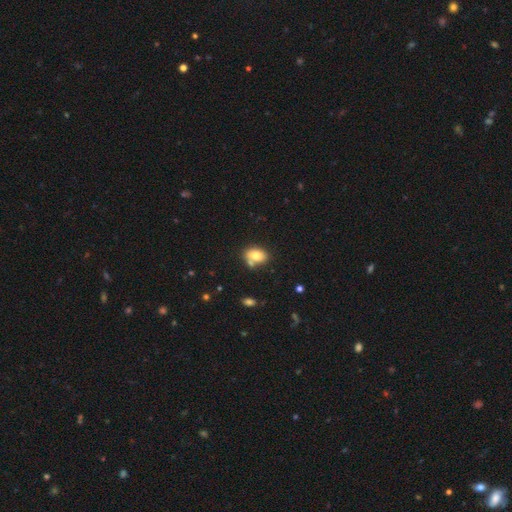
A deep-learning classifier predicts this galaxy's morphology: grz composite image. It shows a smooth galaxy with no disk features (77%) that is in between round and cigar-shaped (76%). Merging: none (59%).